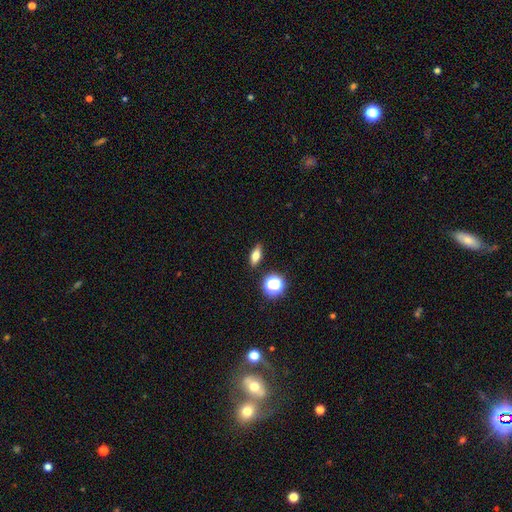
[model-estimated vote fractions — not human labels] smooth_or_featured: smooth (p=0.72) [alt: featured or disk p=0.15]
how_rounded: in between (p=0.66) [alt: cigar-shaped p=0.22]
merging: none (p=0.87) [alt: minor disturbance p=0.09]